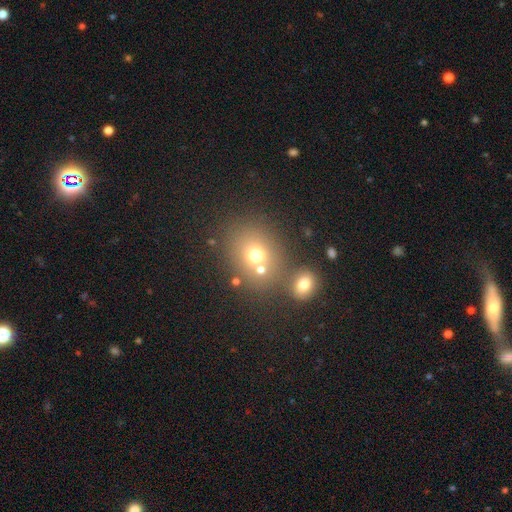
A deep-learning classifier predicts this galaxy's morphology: Q: Smooth or featured?
A: smooth (69%); runner-up: star or artifact (17%)
Q: How rounded?
A: round (64%); runner-up: in between (35%)
Q: Merging?
A: none (55%); runner-up: merger (30%)